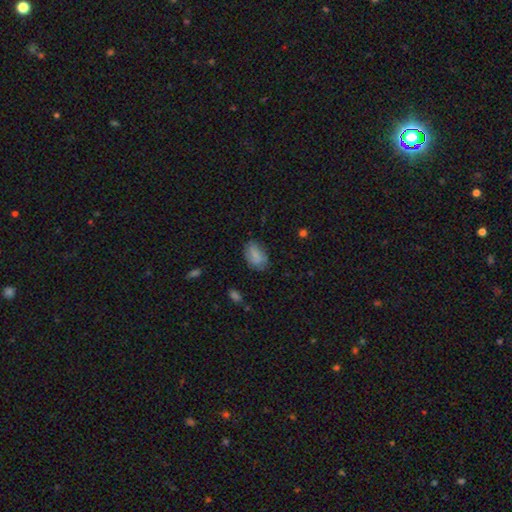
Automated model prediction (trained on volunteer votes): A smooth galaxy with no disk features (76%) that is in between round and cigar-shaped (90%). Merging: none (68%).